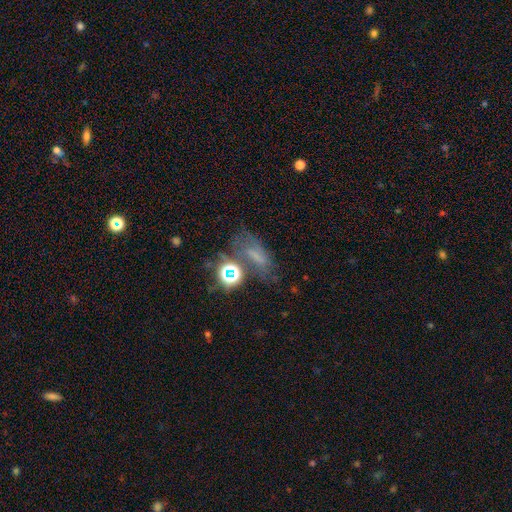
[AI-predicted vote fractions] The model was most divided on "smooth or featured": smooth: 39%, featured or disk: 33%, star or artifact: 28%. Remaining: merging — none (47%).